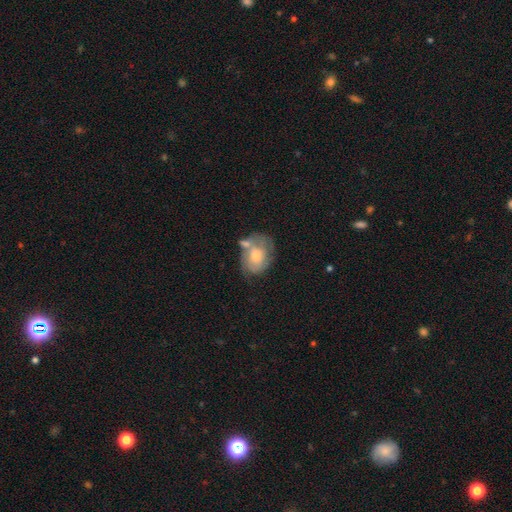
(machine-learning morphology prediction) Smooth or featured: featured or disk — 49% (smooth — 44%)
Merging: none — 36% (merger — 27%)